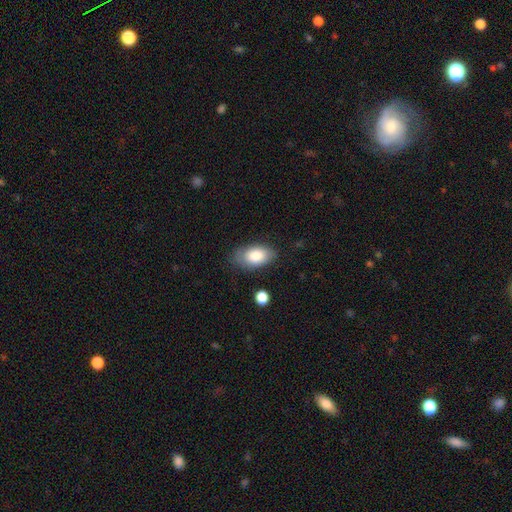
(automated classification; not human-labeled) smooth-or-featured: smooth: 81% | featured or disk: 12% | star or artifact: 7%
  how-rounded: in between: 93% | round: 5% | cigar-shaped: 2%
  merging: none: 74% | minor disturbance: 19% | major disturbance: 5% | merger: 2%